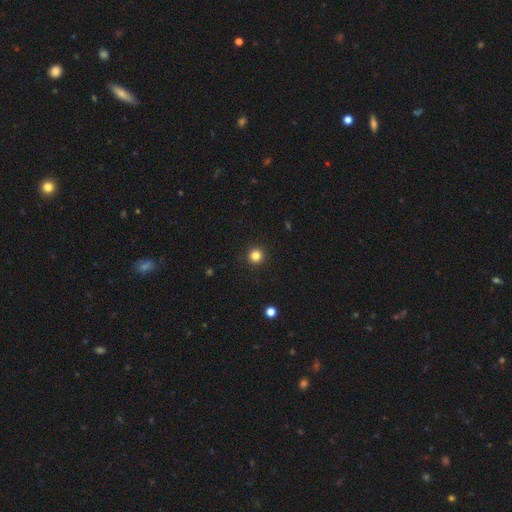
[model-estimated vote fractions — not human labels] smooth_or_featured: smooth (p=0.83) [alt: star or artifact p=0.13]
how_rounded: round (p=0.96) [alt: in between p=0.03]
merging: none (p=0.93) [alt: minor disturbance p=0.04]